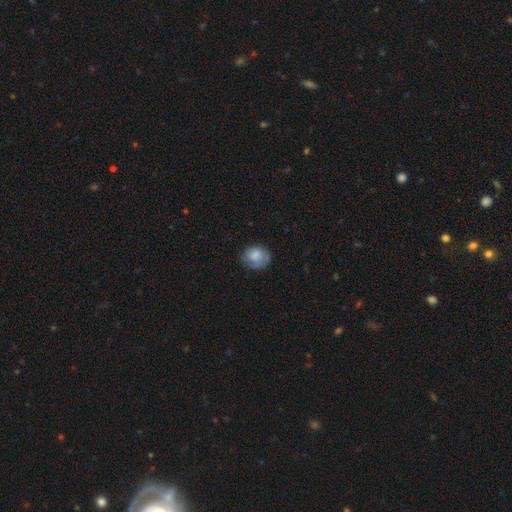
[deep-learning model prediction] Smooth or featured: smooth — 79% (featured or disk — 13%)
How rounded: round — 63% (in between — 36%)
Merging: none — 66% (minor disturbance — 25%)